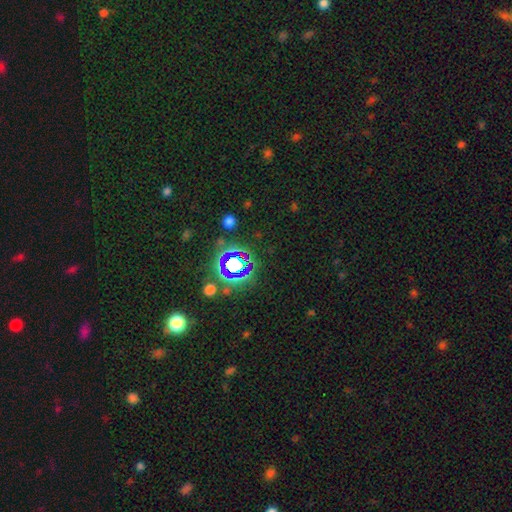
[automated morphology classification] Smooth or featured? star or artifact (78%)